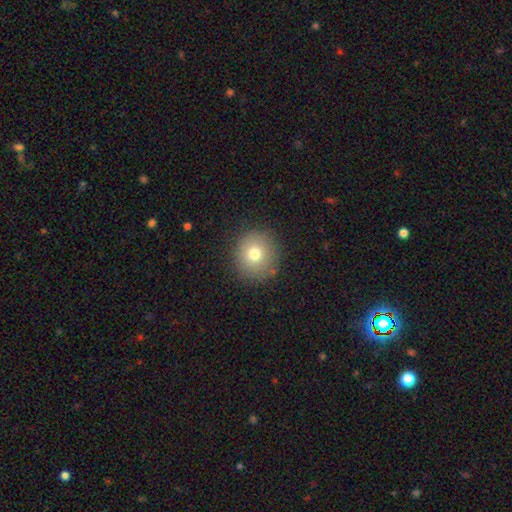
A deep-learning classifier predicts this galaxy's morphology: smooth-or-featured: smooth: 63% | star or artifact: 22% | featured or disk: 15%
  how-rounded: round: 92% | in between: 7% | cigar-shaped: 1%
  merging: none: 90% | minor disturbance: 6% | major disturbance: 2% | merger: 1%